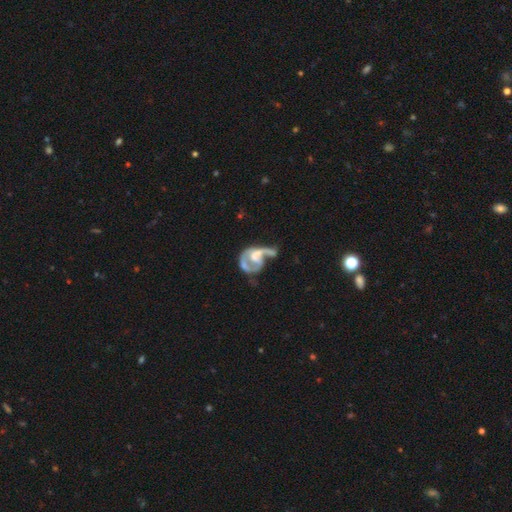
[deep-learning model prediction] A featured or disk galaxy (72%) with no bar (65%), spiral arms (64%) and a moderate central bulge (34%).

Vote fractions:
- Smooth or featured? featured or disk: 72% / smooth: 21% / star or artifact: 8%
- Edge-on disk? no: 97% / yes: 3%
- Bar? no: 65% / weak: 26% / strong: 9%
- Spiral arms? yes: 64% / no: 36%
- Bulge size? moderate: 34% / none: 29% / small: 24% / large: 11% / dominant: 2%
- Merging? major disturbance: 43% / merger: 22% / none: 20% / minor disturbance: 15%